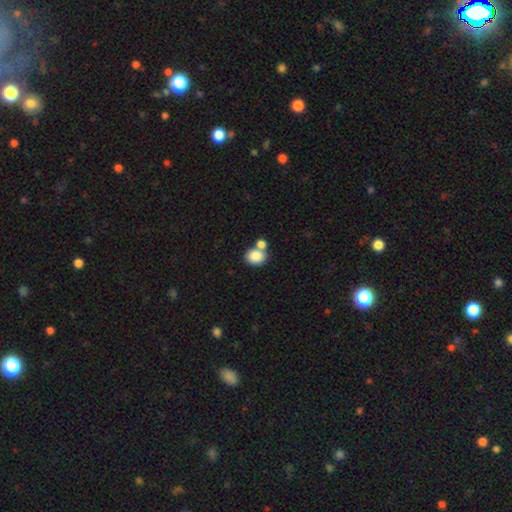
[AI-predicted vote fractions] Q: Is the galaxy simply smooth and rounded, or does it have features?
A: smooth — 84%.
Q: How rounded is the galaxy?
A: round — 57%.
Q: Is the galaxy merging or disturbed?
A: none — 48%.